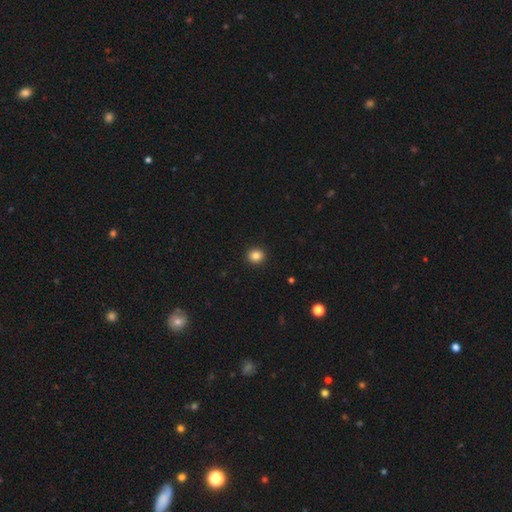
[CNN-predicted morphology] The model was most divided on "smooth or featured": smooth: 85%, star or artifact: 11%, featured or disk: 5%. More confident: merging — none (93%); how rounded — round (87%).